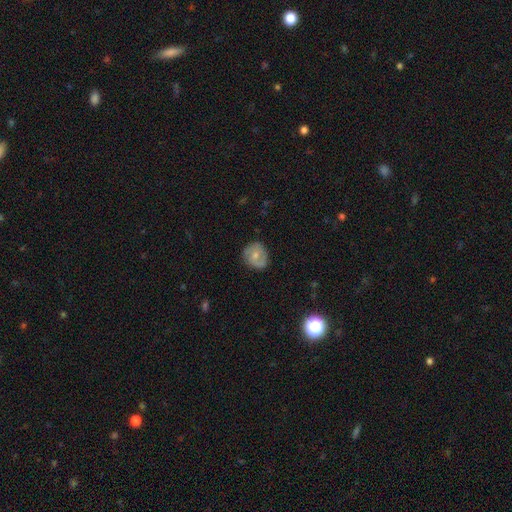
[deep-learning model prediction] This is possibly a featured or disk galaxy (47%). Merging: likely none (74%).